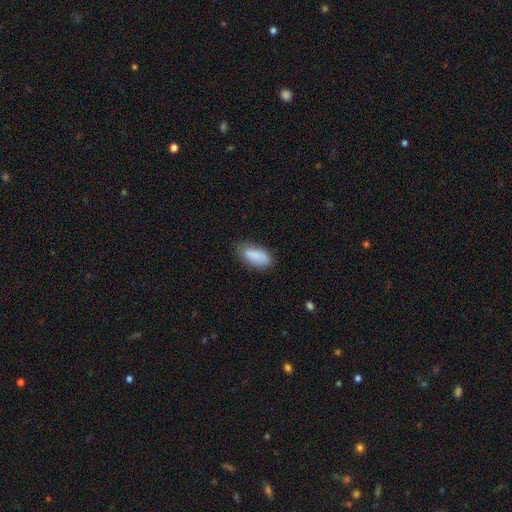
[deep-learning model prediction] A smooth galaxy with no disk features (86%) that is in between round and cigar-shaped (88%). Merging: none (72%).